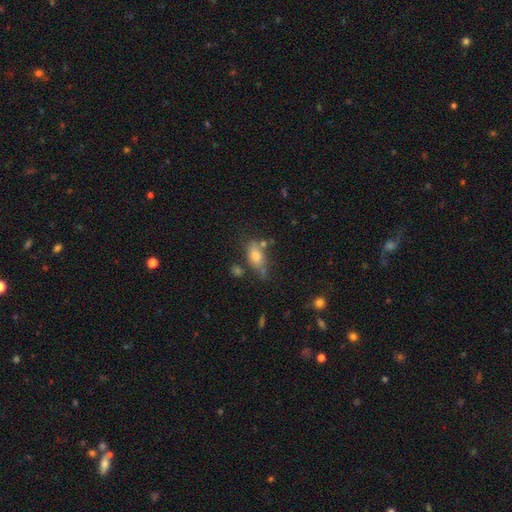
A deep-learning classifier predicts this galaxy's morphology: Q: Smooth or featured?
A: smooth (61%); runner-up: featured or disk (25%)
Q: How rounded?
A: in between (76%); runner-up: cigar-shaped (16%)
Q: Merging?
A: none (50%); runner-up: minor disturbance (25%)